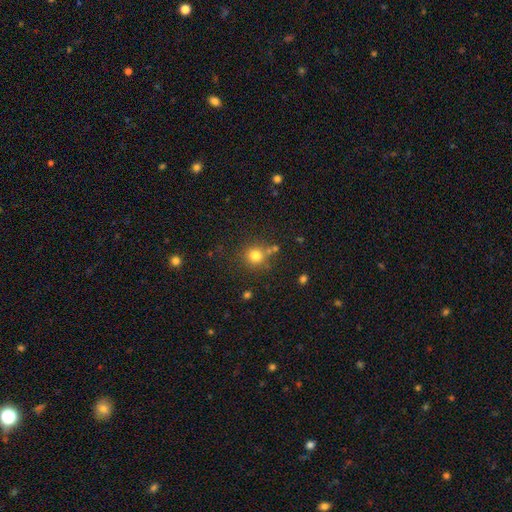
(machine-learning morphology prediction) Smooth or featured? smooth (78%)
How rounded? round (91%)
Merging? none (75%)